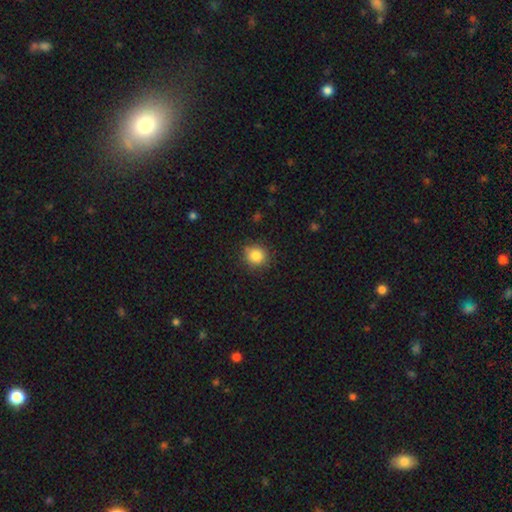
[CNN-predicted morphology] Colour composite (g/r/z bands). It shows a smooth galaxy with no disk features (84%) that is round (89%). Merging: none (85%).